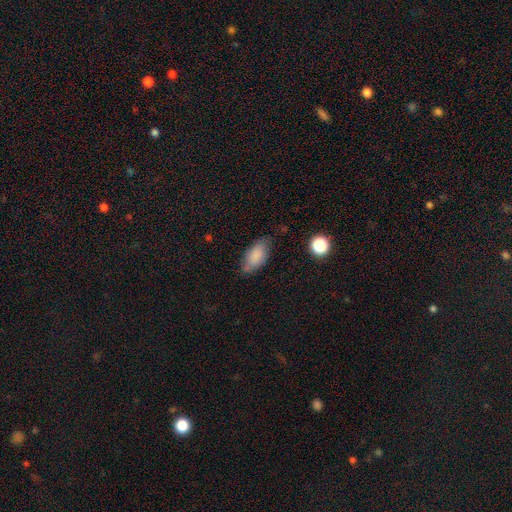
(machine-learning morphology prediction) smooth 83%, featured or disk 9%, star or artifact 7%. Down the decision tree: how rounded — in between (91%); merging — none (68%).